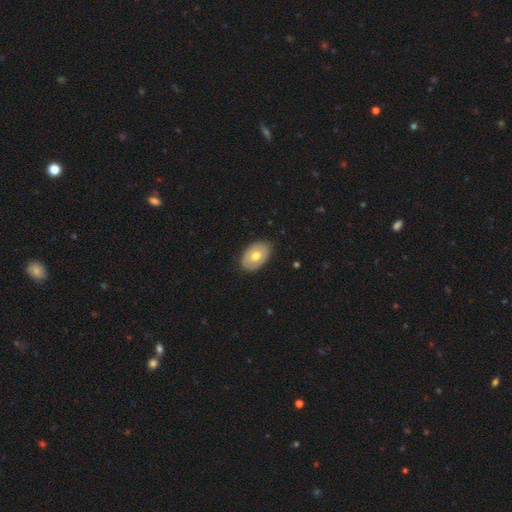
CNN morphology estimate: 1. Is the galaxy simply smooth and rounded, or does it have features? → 58% smooth, 36% featured or disk, 5% star or artifact.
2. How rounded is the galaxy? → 87% in between, 12% round, 1% cigar-shaped.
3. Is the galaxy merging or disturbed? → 85% none, 12% minor disturbance, 2% major disturbance, 1% merger.